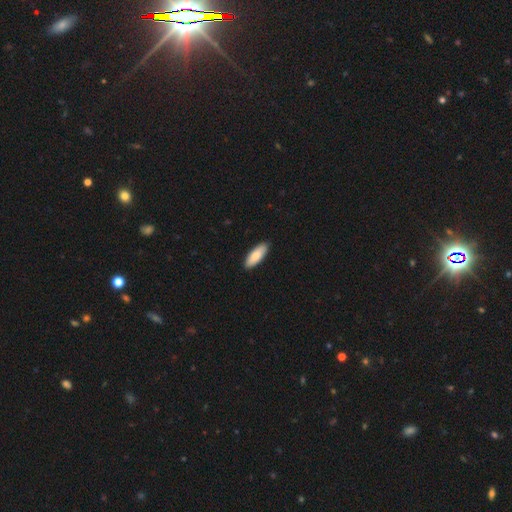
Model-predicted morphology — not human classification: Q: Smooth or featured?
A: smooth (84%); runner-up: featured or disk (11%)
Q: How rounded?
A: in between (71%); runner-up: cigar-shaped (27%)
Q: Merging?
A: none (91%); runner-up: minor disturbance (7%)